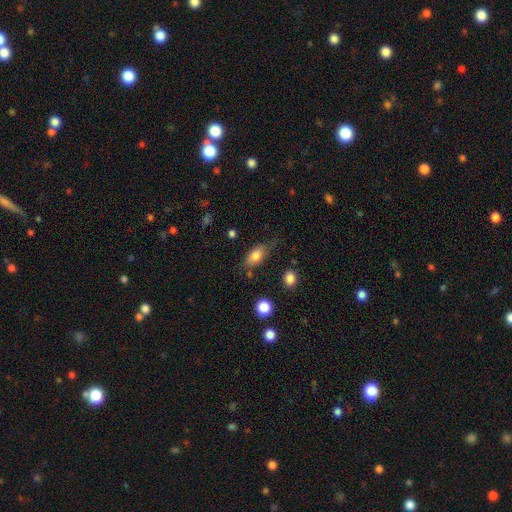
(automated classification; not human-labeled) This appears to be a smooth galaxy with no disk features (76%) that is in between round and cigar-shaped (84%). Merging: none (62%).